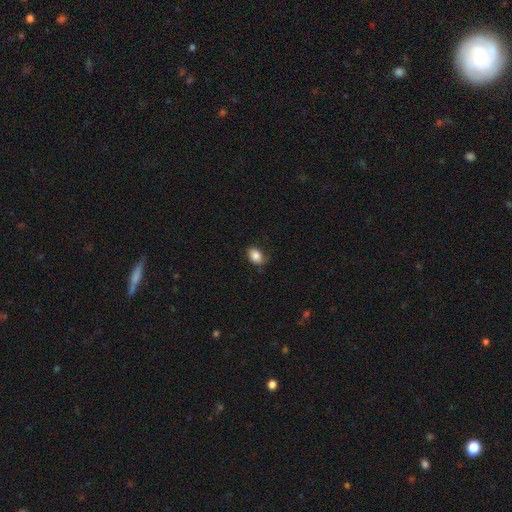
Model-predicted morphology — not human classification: smooth 85%, star or artifact 8%, featured or disk 7%. Down the decision tree: how rounded — in between (76%); merging — none (72%).